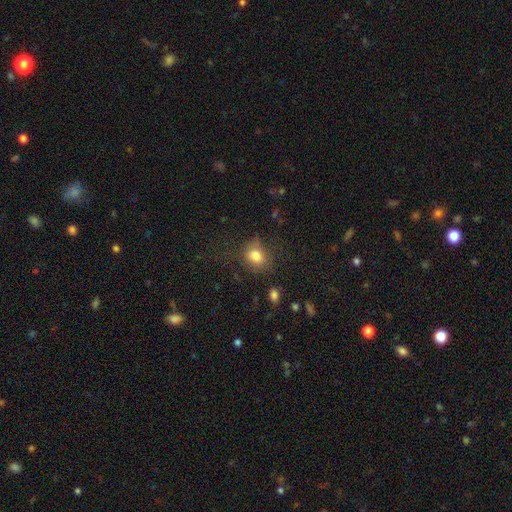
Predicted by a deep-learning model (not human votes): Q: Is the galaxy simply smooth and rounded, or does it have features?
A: smooth — 80%.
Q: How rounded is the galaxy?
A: round — 59%.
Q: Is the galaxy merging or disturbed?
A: none — 65%.